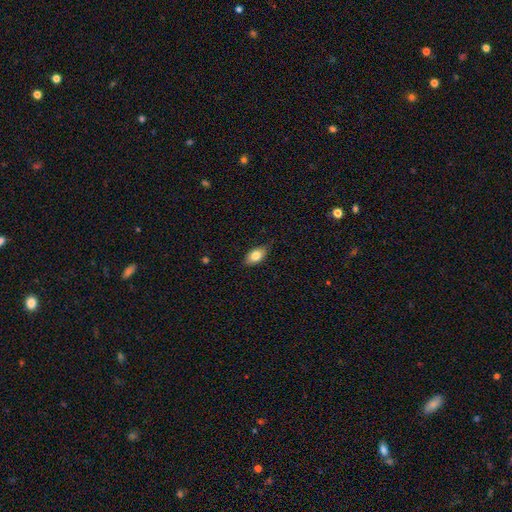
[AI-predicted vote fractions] Morphology: type=smooth (82%); roundness=in between (90%); merging=none (80%).